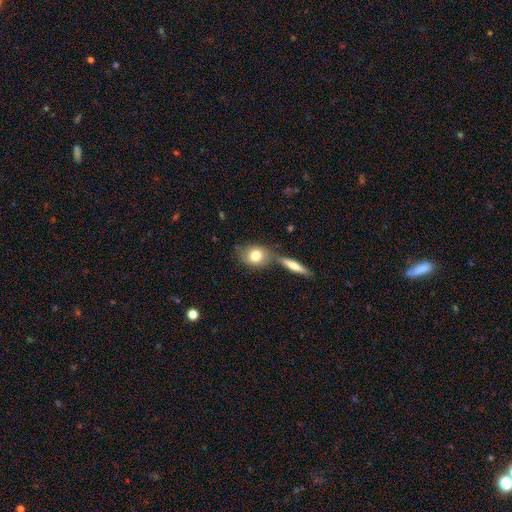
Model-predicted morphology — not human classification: The model was most divided on "how rounded": in between: 59%, round: 37%, cigar-shaped: 4%. More confident: smooth or featured — smooth (76%); merging — none (52%).